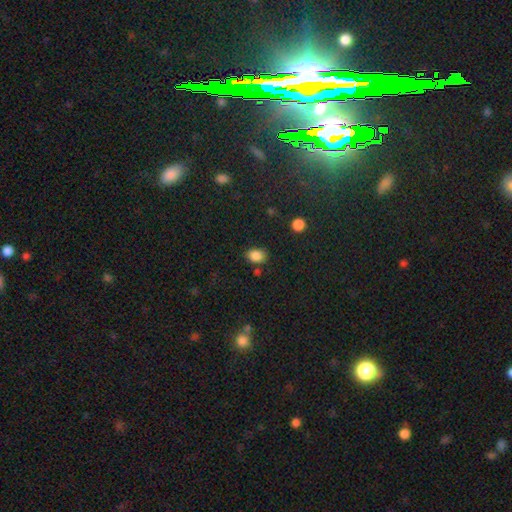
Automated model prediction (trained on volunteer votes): Smooth or featured? Predicted: smooth (p=0.86). How rounded? Predicted: in between (p=0.66). Merging? Predicted: none (p=0.78).